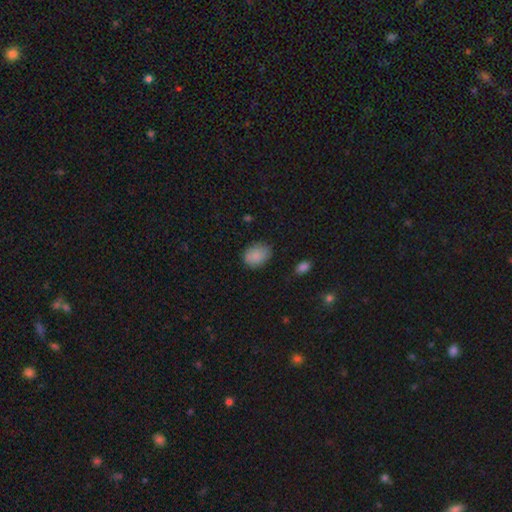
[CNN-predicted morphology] This appears to be a smooth galaxy with no disk features (86%) that is in between round and cigar-shaped (68%). Merging: none (77%).